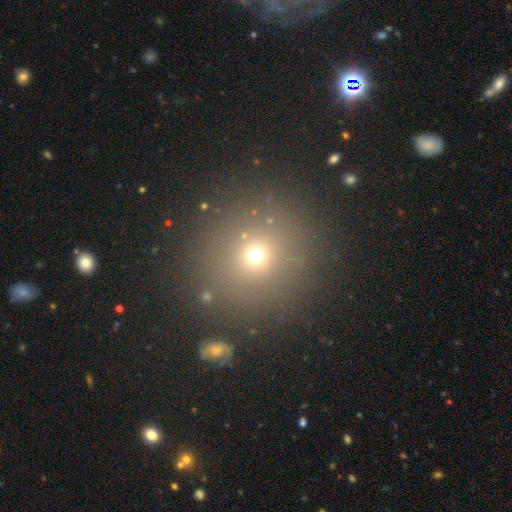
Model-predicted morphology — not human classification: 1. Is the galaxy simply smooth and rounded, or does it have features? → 64% smooth, 27% star or artifact, 9% featured or disk.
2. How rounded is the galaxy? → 83% round, 16% in between, 1% cigar-shaped.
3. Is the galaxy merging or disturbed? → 82% none, 9% minor disturbance, 5% major disturbance, 4% merger.